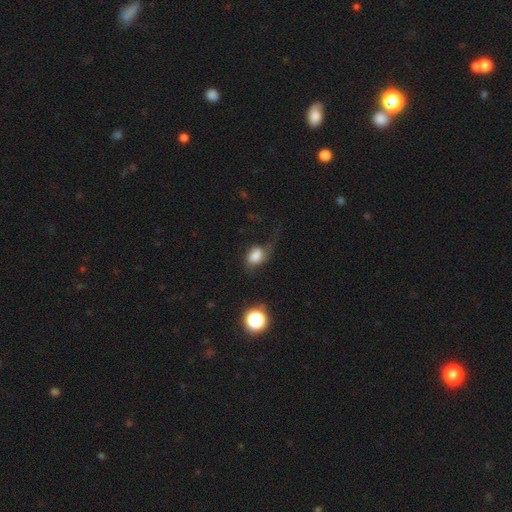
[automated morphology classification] Smooth or featured: smooth — 69% (featured or disk — 20%)
How rounded: in between — 73% (round — 26%)
Merging: major disturbance — 42% (none — 31%)